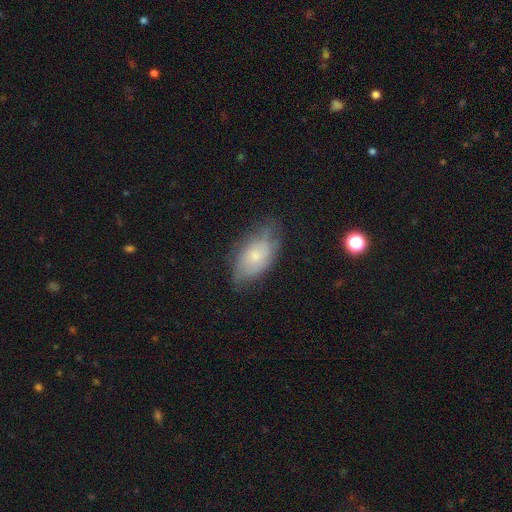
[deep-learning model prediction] The model was most divided on "smooth or featured": smooth: 54%, featured or disk: 38%, star or artifact: 8%. More confident: how rounded — in between (92%); merging — none (56%).